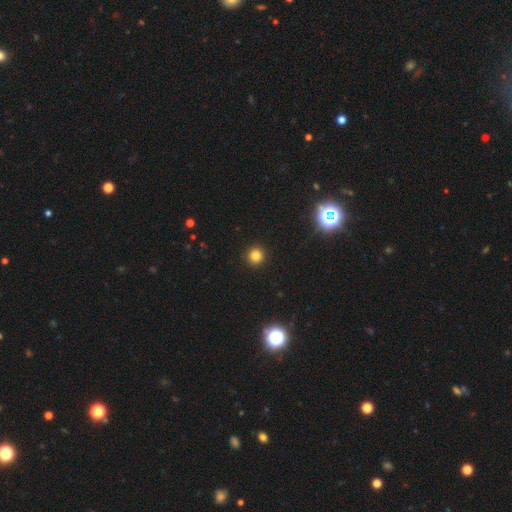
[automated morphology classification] Overall: smooth (80%). How rounded: round (95%). Merging: none (93%).